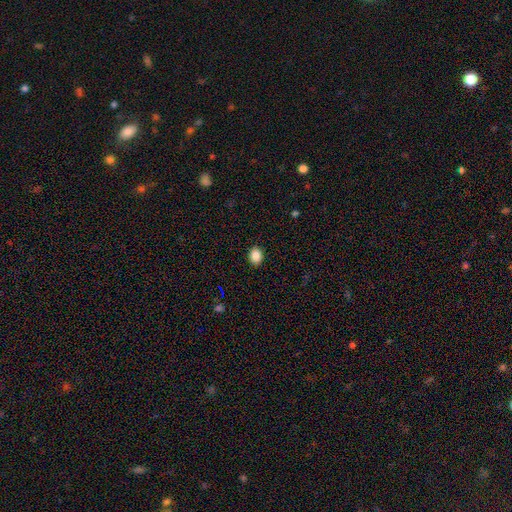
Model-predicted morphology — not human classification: A smooth galaxy with no disk features (87%) that is in between round and cigar-shaped (55%). Merging: none (90%).